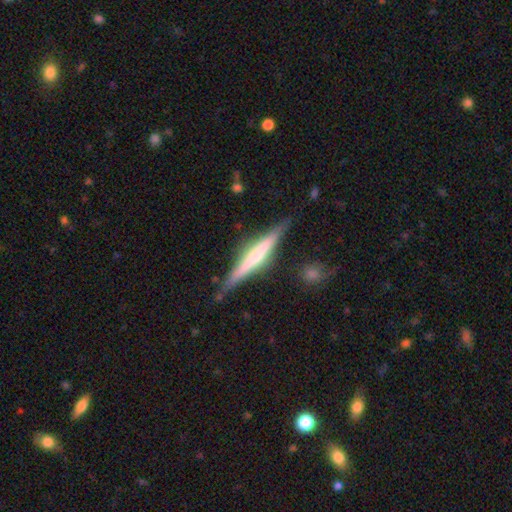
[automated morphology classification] Smooth or featured? featured or disk (65%)
Edge-on disk? yes (97%)
Edge-on bulge? rounded (57%)
Merging? none (84%)